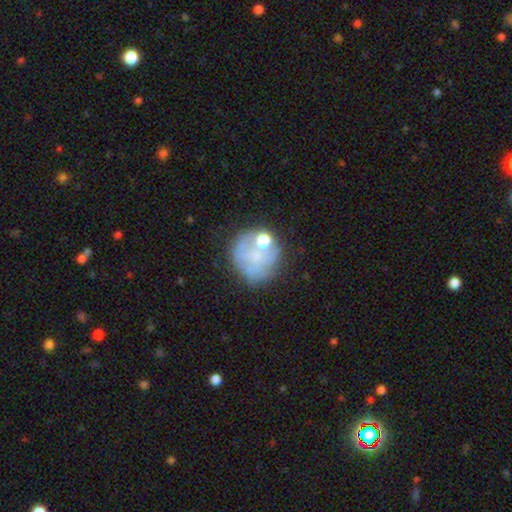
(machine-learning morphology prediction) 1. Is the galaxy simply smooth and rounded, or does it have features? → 45% featured or disk, 42% smooth, 13% star or artifact.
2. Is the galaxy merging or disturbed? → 52% none, 21% minor disturbance, 17% major disturbance, 11% merger.